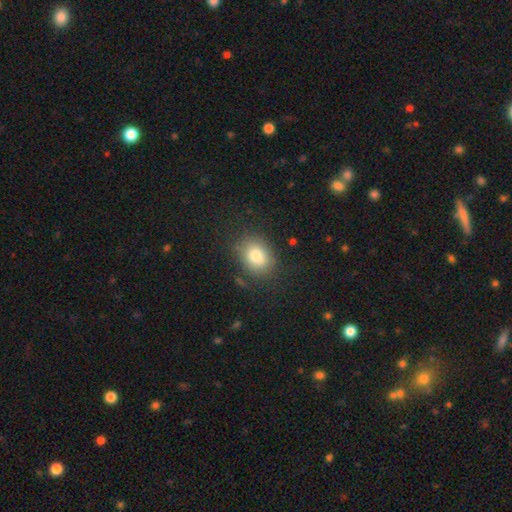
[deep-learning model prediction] A smooth galaxy with no disk features (80%) that is in between round and cigar-shaped (52%). Merging: none (78%).